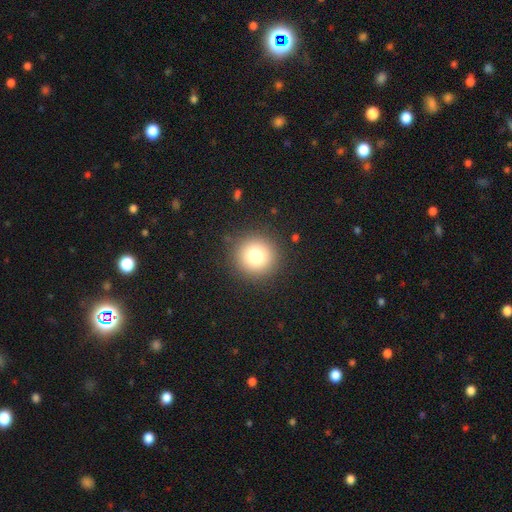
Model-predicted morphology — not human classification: Smooth or featured?
  - smooth: 79% *
  - star or artifact: 12%
  - featured or disk: 9%
How rounded?
  - round: 95% *
  - in between: 4%
  - cigar-shaped: 1%
Merging?
  - none: 90% *
  - minor disturbance: 6%
  - major disturbance: 3%
  - merger: 1%